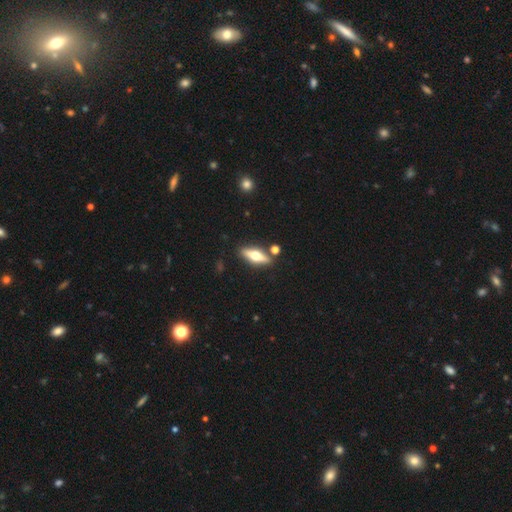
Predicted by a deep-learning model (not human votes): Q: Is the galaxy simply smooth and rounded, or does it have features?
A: featured or disk — 59%.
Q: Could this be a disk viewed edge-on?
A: yes — 92%.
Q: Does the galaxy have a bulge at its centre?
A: rounded — 96%.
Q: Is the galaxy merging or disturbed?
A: none — 84%.